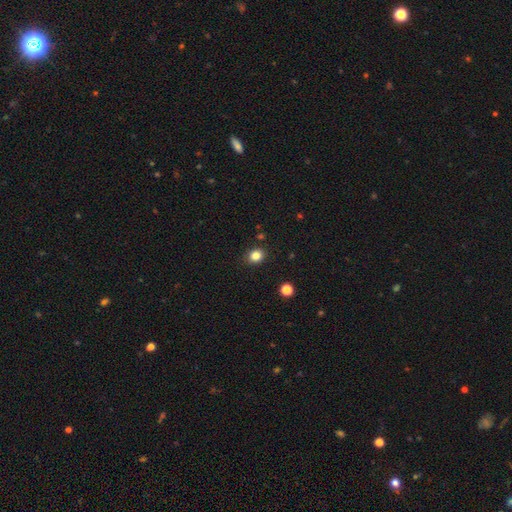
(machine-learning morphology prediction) Q: Smooth or featured?
A: smooth (83%); runner-up: star or artifact (12%)
Q: How rounded?
A: round (68%); runner-up: in between (31%)
Q: Merging?
A: none (88%); runner-up: minor disturbance (8%)